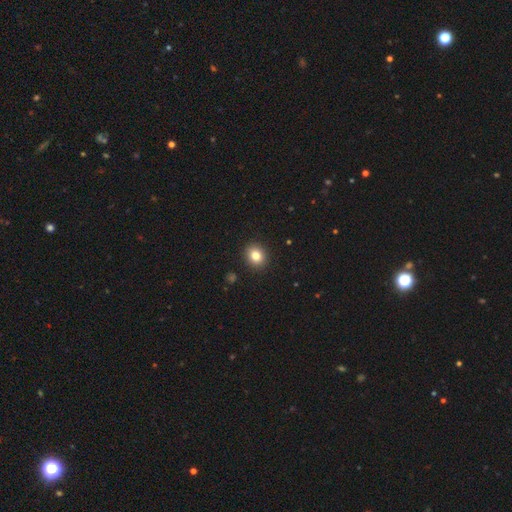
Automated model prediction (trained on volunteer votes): A smooth galaxy with no disk features (82%) that is round (74%).

Vote fractions:
- Smooth or featured? smooth: 82% / star or artifact: 11% / featured or disk: 7%
- How rounded? round: 74% / in between: 26% / cigar-shaped: 1%
- Merging? none: 92% / minor disturbance: 5% / major disturbance: 2% / merger: 1%